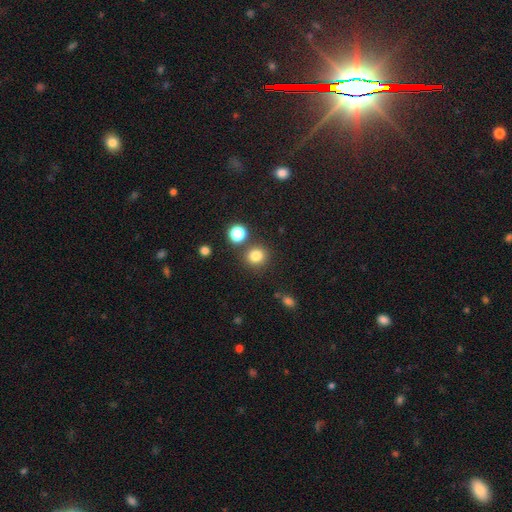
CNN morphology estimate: Smooth or featured?
  - smooth: 81% *
  - star or artifact: 14%
  - featured or disk: 5%
How rounded?
  - round: 87% *
  - in between: 13%
  - cigar-shaped: 1%
Merging?
  - none: 82% *
  - minor disturbance: 8%
  - merger: 8%
  - major disturbance: 3%